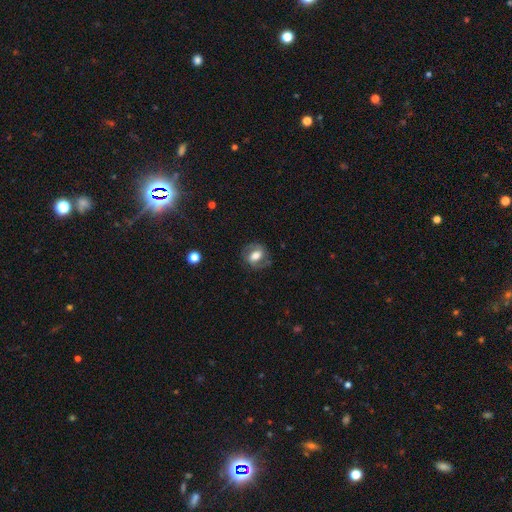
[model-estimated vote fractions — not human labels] This is possibly a featured or disk galaxy (53%). It is clearly not viewed edge-on (95%). Merging: likely none (75%).